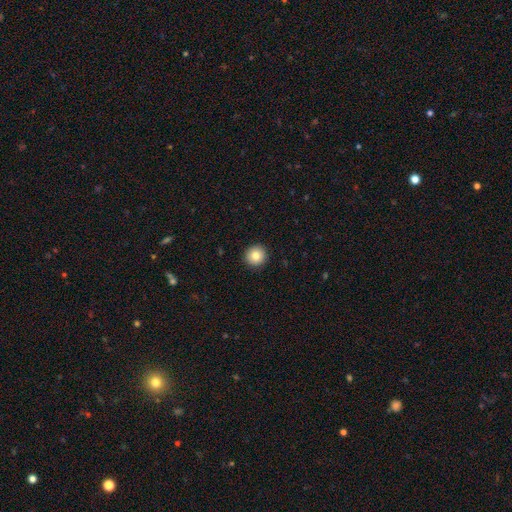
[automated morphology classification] The model was most divided on "smooth or featured": smooth: 82%, star or artifact: 9%, featured or disk: 9%. More confident: how rounded — round (95%); merging — none (93%).